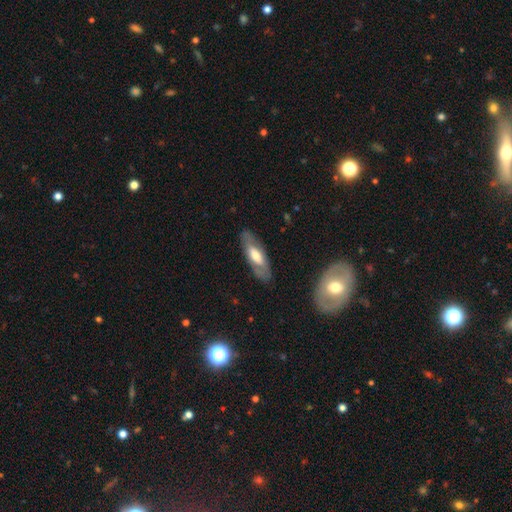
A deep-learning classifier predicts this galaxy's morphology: A smooth galaxy with no disk features (47%, tied with featured or disk).

Vote fractions:
- Smooth or featured? smooth: 47% (tied) / featured or disk: 47% (tied) / star or artifact: 6%
- Merging? none: 81% / minor disturbance: 13% / major disturbance: 4% / merger: 1%